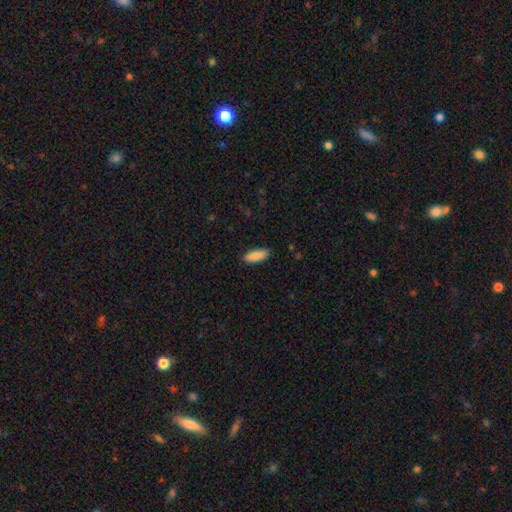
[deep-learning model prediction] The model was most divided on "how rounded": in between: 70%, cigar-shaped: 28%, round: 2%. More confident: merging — none (88%); smooth or featured — smooth (88%).